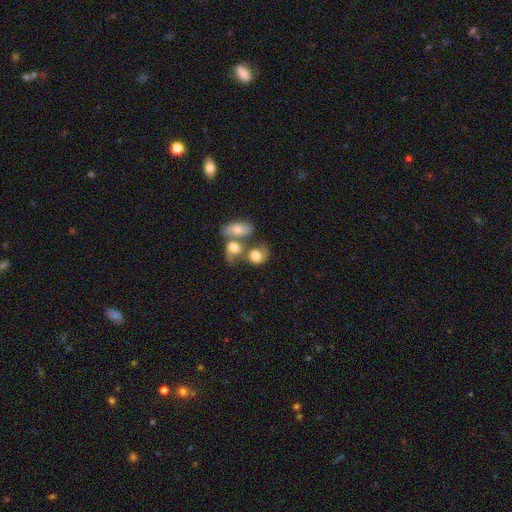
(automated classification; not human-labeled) A smooth galaxy with no disk features (68%) that is in between round and cigar-shaped (54%).

Vote fractions:
- Smooth or featured? smooth: 68% / featured or disk: 23% / star or artifact: 9%
- How rounded? in between: 54% / round: 44% / cigar-shaped: 2%
- Merging? merger: 52% / none: 24% / minor disturbance: 13% / major disturbance: 12%